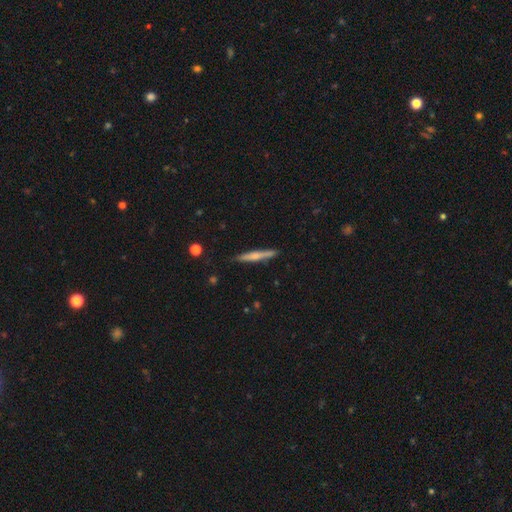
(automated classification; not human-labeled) A smooth galaxy with no disk features (52%) that is cigar-shaped (94%). Merging: none (88%).